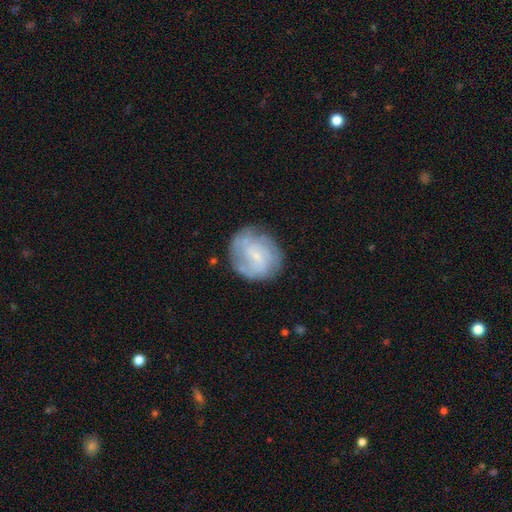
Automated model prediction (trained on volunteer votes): Morphology: type=featured or disk (65%); edge-on=no (98%); bar=no (55%); spiral arms=yes (84%); winding=tight (53%); arm count=can't tell (44%); bulge=small (74%); merging=none (72%).